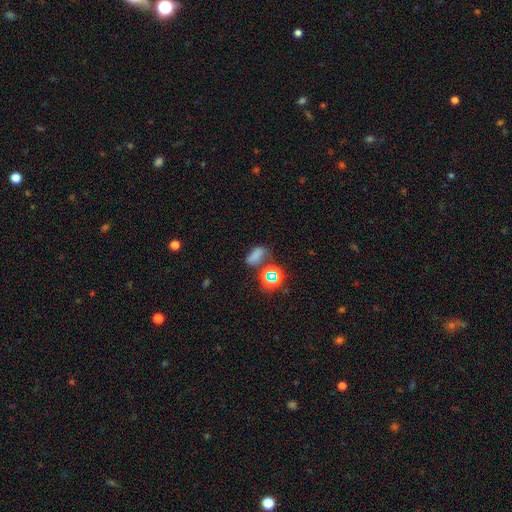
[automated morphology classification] smooth 61%, star or artifact 27%, featured or disk 12%. Down the decision tree: how rounded — in between (77%); merging — none (50%).